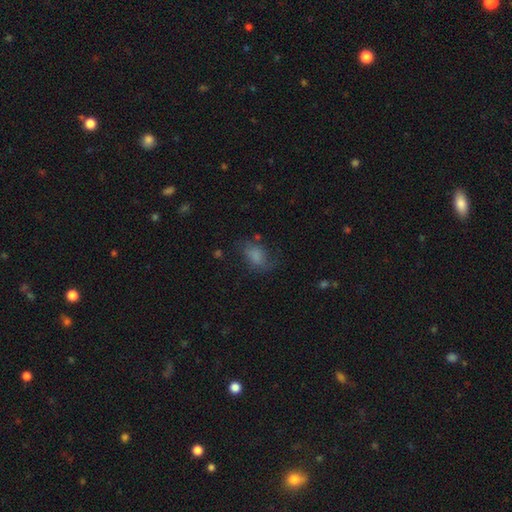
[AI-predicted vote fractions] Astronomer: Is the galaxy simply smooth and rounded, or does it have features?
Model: smooth — 70%.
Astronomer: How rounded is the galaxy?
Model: in between — 78%.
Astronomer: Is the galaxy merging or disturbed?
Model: none — 52%.